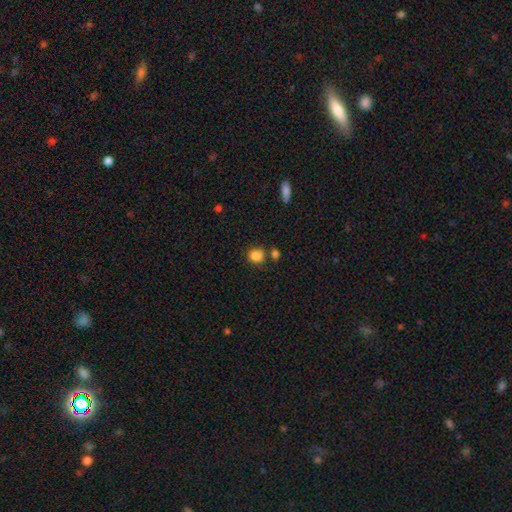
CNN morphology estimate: A smooth galaxy with no disk features (85%) that is round (76%).

Vote fractions:
- Smooth or featured? smooth: 85% / star or artifact: 10% / featured or disk: 5%
- How rounded? round: 76% / in between: 23% / cigar-shaped: 1%
- Merging? none: 68% / minor disturbance: 15% / merger: 13% / major disturbance: 4%